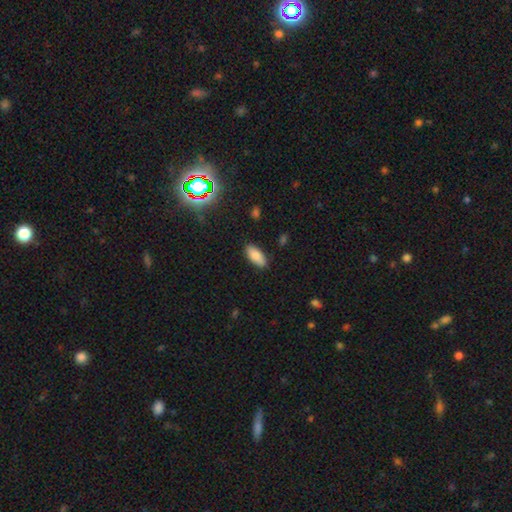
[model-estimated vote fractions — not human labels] Smooth or featured? Predicted: smooth (p=0.84). How rounded? Predicted: in between (p=0.86). Merging? Predicted: none (p=0.86).